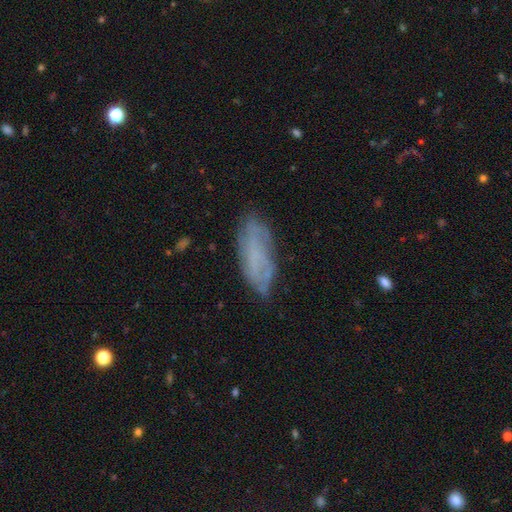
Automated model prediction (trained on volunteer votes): smooth-or-featured: smooth: 50% | featured or disk: 39% | star or artifact: 11%
  merging: none: 72% | minor disturbance: 20% | major disturbance: 6% | merger: 2%